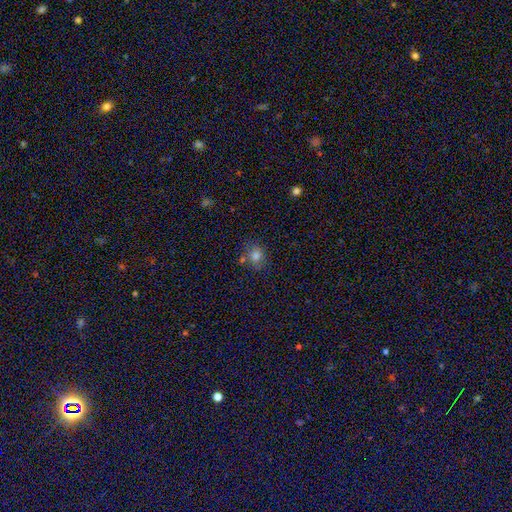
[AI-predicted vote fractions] Q: Smooth or featured?
A: smooth (75%); runner-up: star or artifact (17%)
Q: How rounded?
A: round (65%); runner-up: in between (34%)
Q: Merging?
A: none (72%); runner-up: minor disturbance (15%)